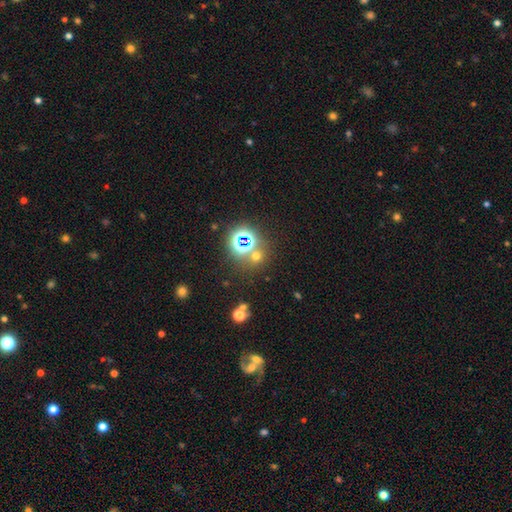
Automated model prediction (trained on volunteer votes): A star or artifact, not a galaxy (48%).